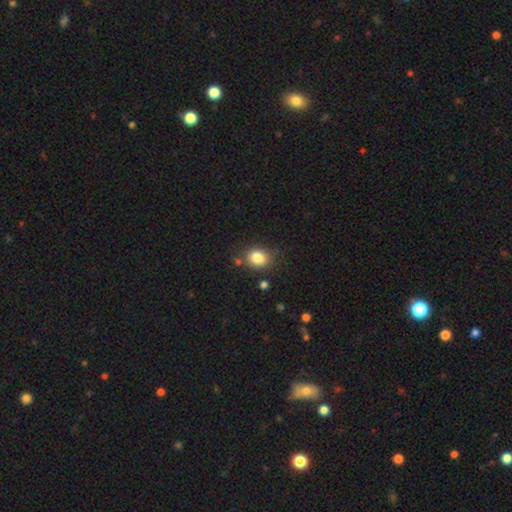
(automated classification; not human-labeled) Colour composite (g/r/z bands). It shows a smooth galaxy with no disk features (84%) that is round (52%). Merging: none (74%).